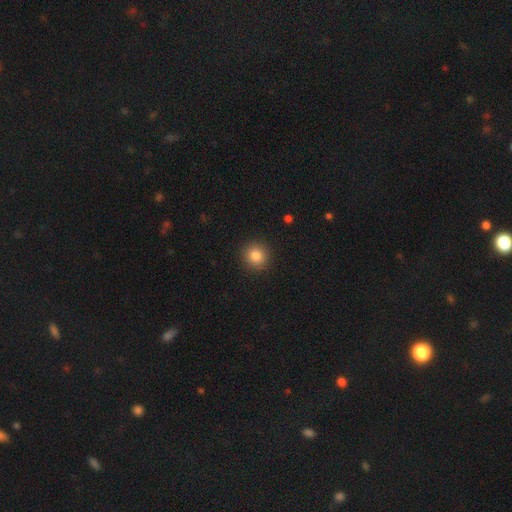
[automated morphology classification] type=smooth (84%); roundness=round (92%); merging=none (91%).